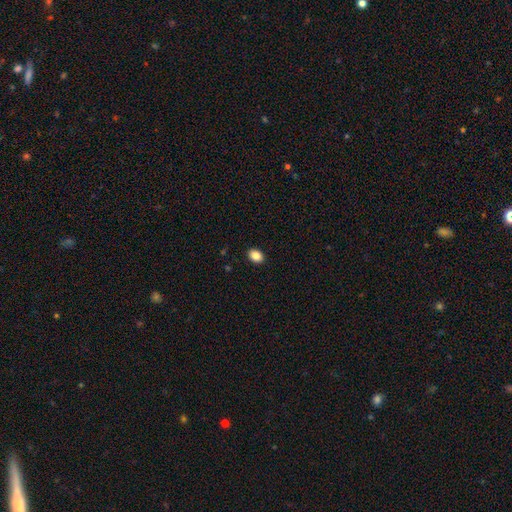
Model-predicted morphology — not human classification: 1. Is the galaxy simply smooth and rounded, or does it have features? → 87% smooth, 9% star or artifact, 4% featured or disk.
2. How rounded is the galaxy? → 72% in between, 26% round, 1% cigar-shaped.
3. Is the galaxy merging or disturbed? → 90% none, 7% minor disturbance, 2% major disturbance, 1% merger.